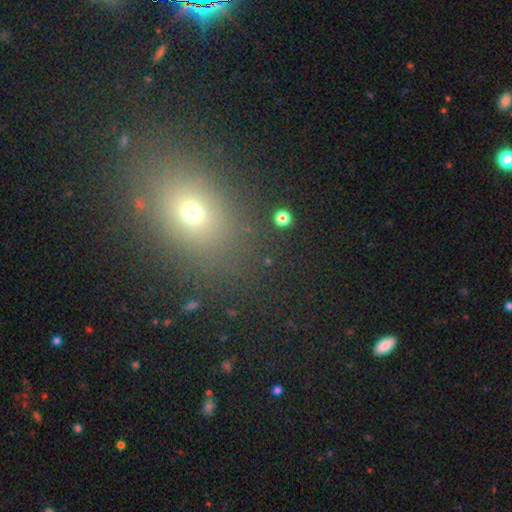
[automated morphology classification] Smooth or featured: smooth — 58% (star or artifact — 31%)
How rounded: in between — 59% (round — 38%)
Merging: none — 85% (minor disturbance — 8%)